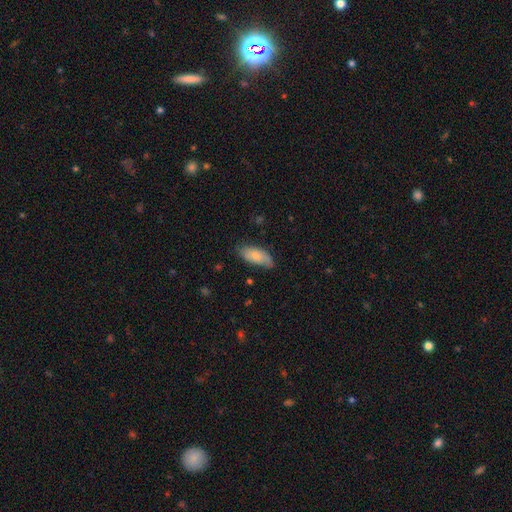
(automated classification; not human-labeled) smooth-or-featured: smooth: 73% | featured or disk: 21% | star or artifact: 6%
  how-rounded: in between: 87% | cigar-shaped: 11% | round: 2%
  merging: none: 66% | minor disturbance: 27% | major disturbance: 5% | merger: 2%